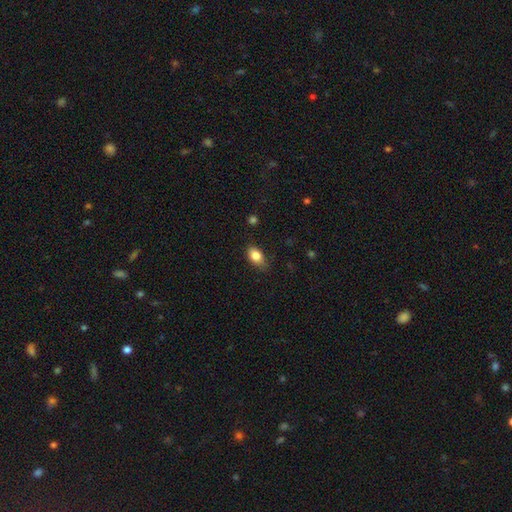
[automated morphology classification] Smooth or featured? smooth (84%)
How rounded? in between (86%)
Merging? none (75%)